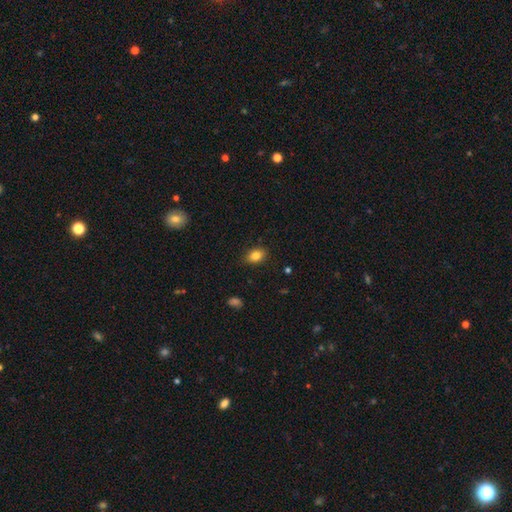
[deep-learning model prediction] Overall: smooth (83%). How rounded: in between (76%). Merging: none (85%).